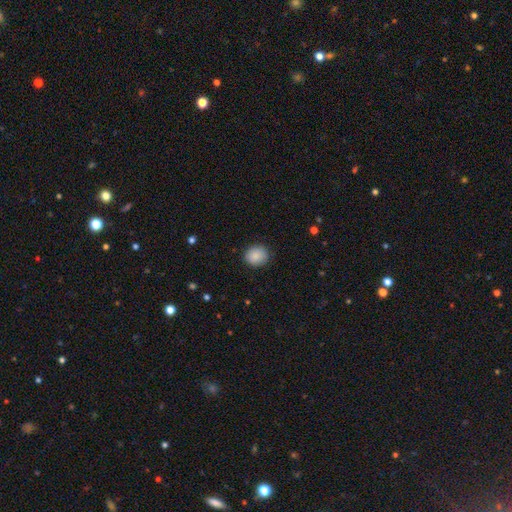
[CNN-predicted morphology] smooth 88%, star or artifact 8%, featured or disk 4%. Down the decision tree: how rounded — round (77%); merging — none (87%).